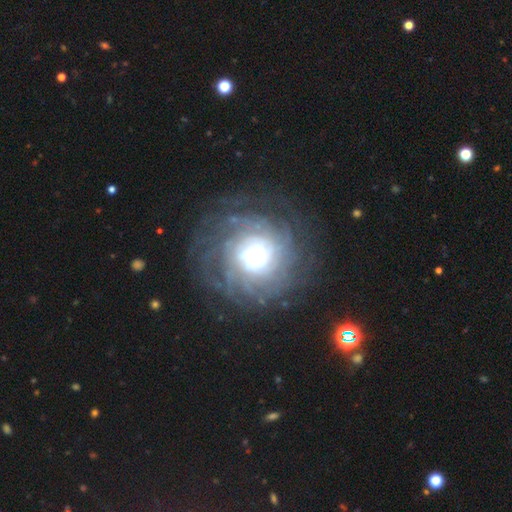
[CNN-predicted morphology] smooth_or_featured: featured or disk (p=0.83) [alt: smooth p=0.10]
disk_edge_on: no (p=0.97) [alt: yes p=0.03]
bar: no (p=0.77) [alt: weak p=0.17]
has_spiral_arms: yes (p=0.94) [alt: no p=0.06]
spiral_winding: tight (p=0.74) [alt: medium p=0.18]
spiral_arm_count: can't tell (p=0.33) [alt: more than 4 p=0.30]
bulge_size: small (p=0.55) [alt: moderate p=0.26]
merging: none (p=0.74) [alt: minor disturbance p=0.13]